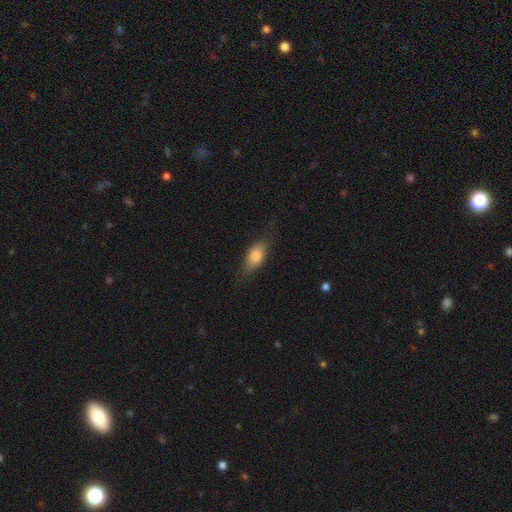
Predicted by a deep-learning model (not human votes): smooth_or_featured: smooth (p=0.75) [alt: featured or disk p=0.18]
how_rounded: in between (p=0.81) [alt: cigar-shaped p=0.13]
merging: none (p=0.68) [alt: minor disturbance p=0.23]